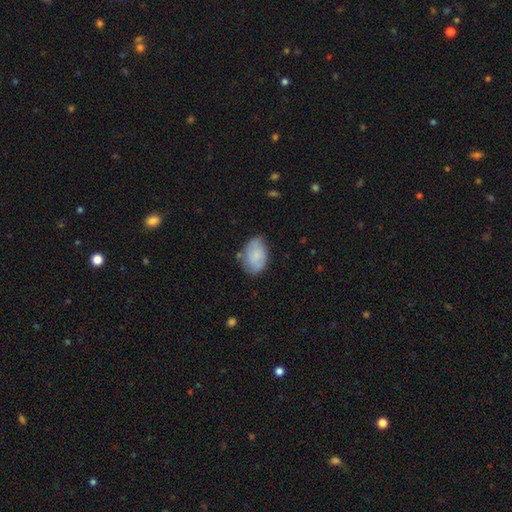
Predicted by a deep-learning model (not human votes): A smooth galaxy with no disk features (74%) that is in between round and cigar-shaped (87%). Merging: none (64%).